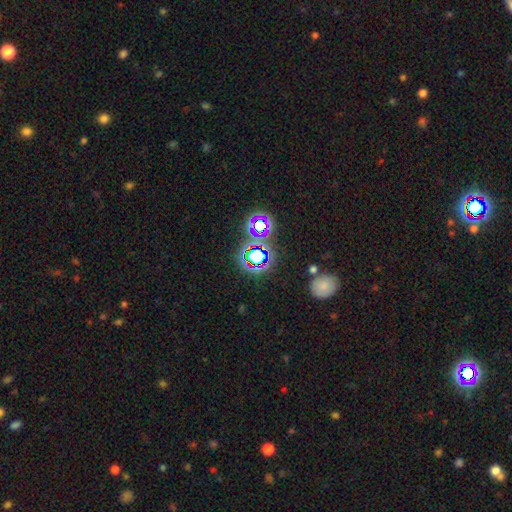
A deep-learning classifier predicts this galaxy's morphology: This is likely a star or artifact rather than a galaxy (69%).